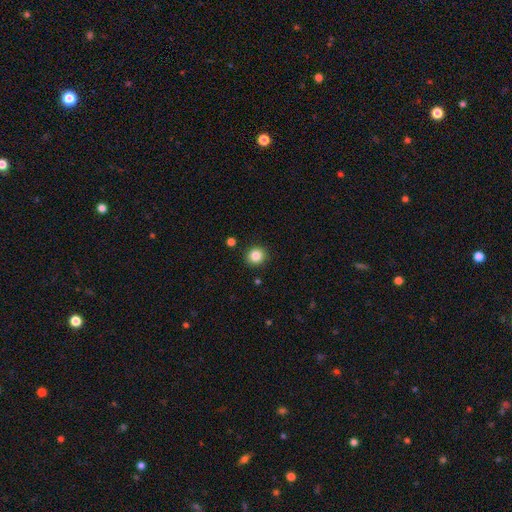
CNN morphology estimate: smooth_or_featured: smooth (p=0.84) [alt: star or artifact p=0.11]
how_rounded: round (p=0.89) [alt: in between p=0.10]
merging: none (p=0.91) [alt: minor disturbance p=0.06]